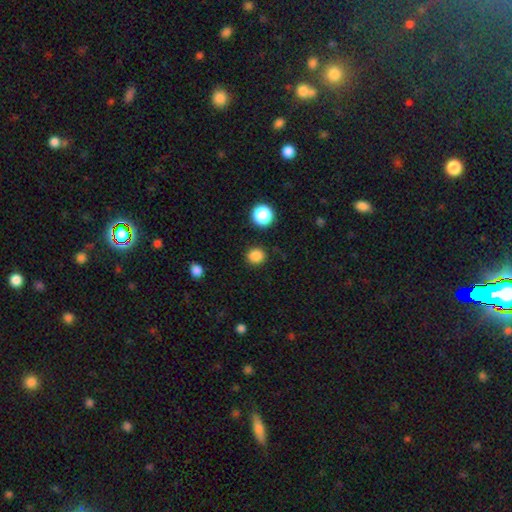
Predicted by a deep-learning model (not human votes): This appears to be a smooth galaxy with no disk features (85%) that is round (89%). Merging: none (90%).